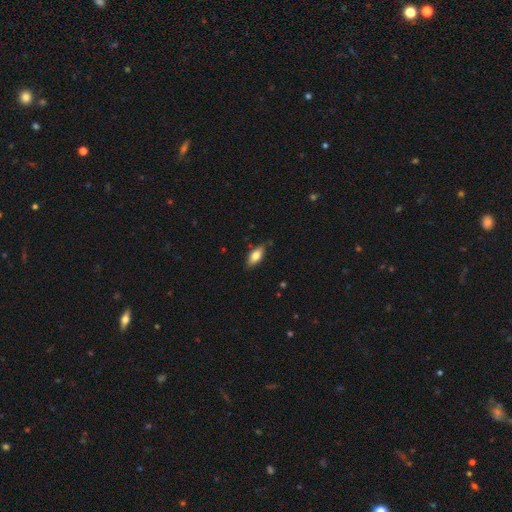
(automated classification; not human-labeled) Overall: smooth (78%). How rounded: in between (85%). Merging: none (82%).